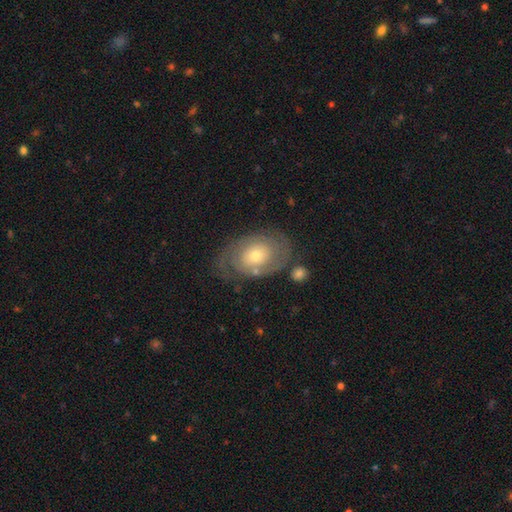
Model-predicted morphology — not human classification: A featured or disk galaxy (73%) with no bar (81%), 2 (52%) tight (67%) spiral arms (80%) and a moderate central bulge (48%). Merging: none (69%).